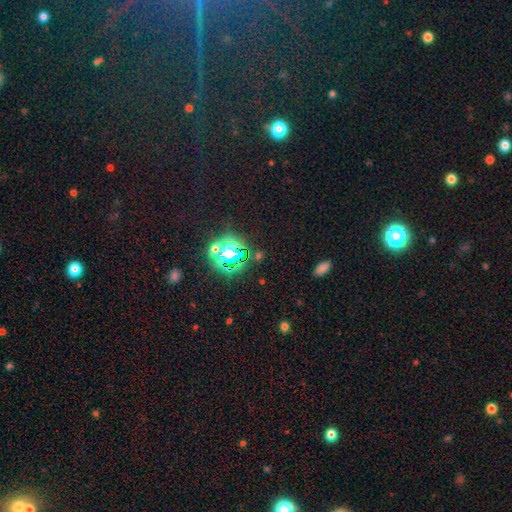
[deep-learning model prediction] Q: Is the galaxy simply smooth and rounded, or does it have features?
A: star or artifact — 71%.